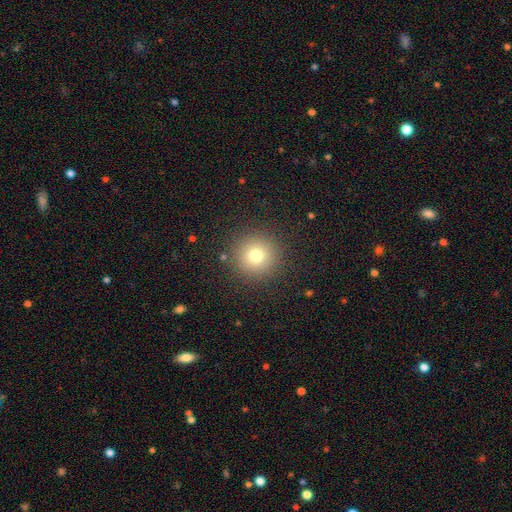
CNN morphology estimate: Smooth or featured? Predicted: smooth (p=0.74). How rounded? Predicted: round (p=0.96). Merging? Predicted: none (p=0.90).